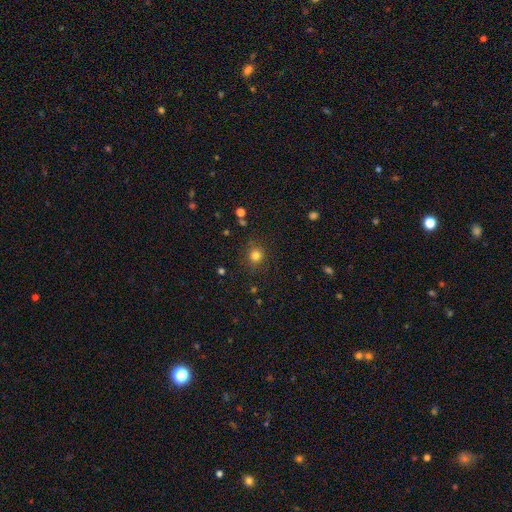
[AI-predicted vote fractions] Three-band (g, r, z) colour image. It shows a smooth galaxy with no disk features (80%) that is round (86%). Merging: none (84%).